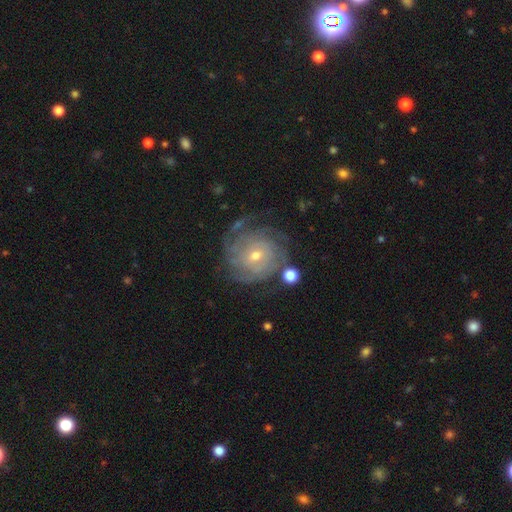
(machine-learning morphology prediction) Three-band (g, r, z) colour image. It shows a featured or disk galaxy (83%) with no bar (58%), tight (74%) spiral arms (94%) and a small central bulge (53%). Merging: none (68%).